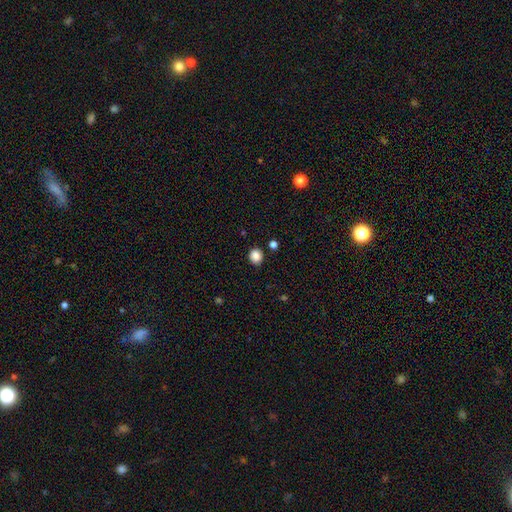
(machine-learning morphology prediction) A smooth galaxy with no disk features (87%) that is round (74%). Merging: none (87%).